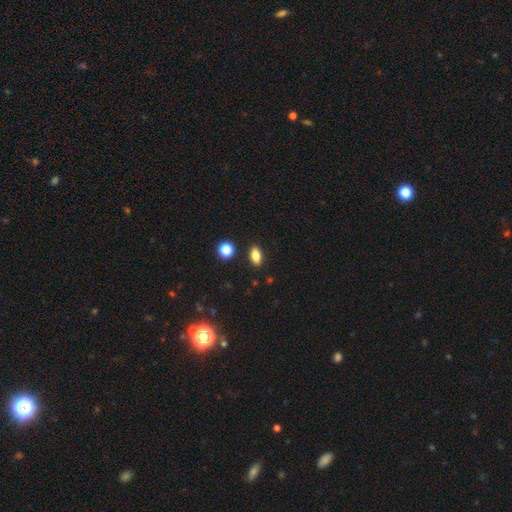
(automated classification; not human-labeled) A smooth galaxy with no disk features (80%) that is in between round and cigar-shaped (83%). Merging: none (88%).